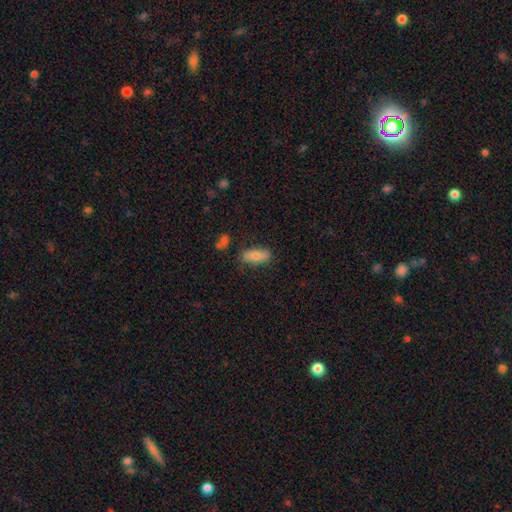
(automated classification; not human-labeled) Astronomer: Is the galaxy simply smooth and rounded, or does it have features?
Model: smooth — 73%.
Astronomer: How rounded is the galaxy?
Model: in between — 71%.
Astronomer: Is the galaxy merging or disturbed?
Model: none — 78%.